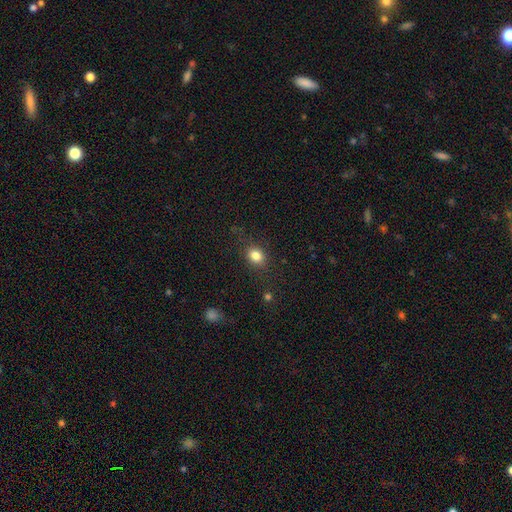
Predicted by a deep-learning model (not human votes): Smooth or featured: smooth — 83% (star or artifact — 11%)
How rounded: round — 54% (in between — 44%)
Merging: none — 81% (minor disturbance — 13%)